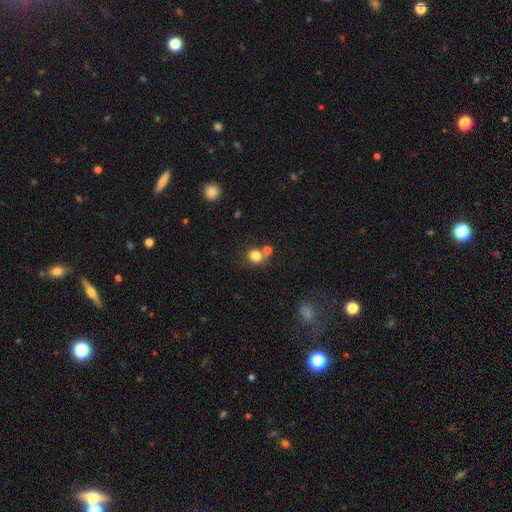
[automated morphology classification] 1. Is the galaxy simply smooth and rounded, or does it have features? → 81% smooth, 12% star or artifact, 7% featured or disk.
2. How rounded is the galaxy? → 82% round, 17% in between, 1% cigar-shaped.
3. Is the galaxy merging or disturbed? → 58% none, 29% merger, 9% minor disturbance, 4% major disturbance.